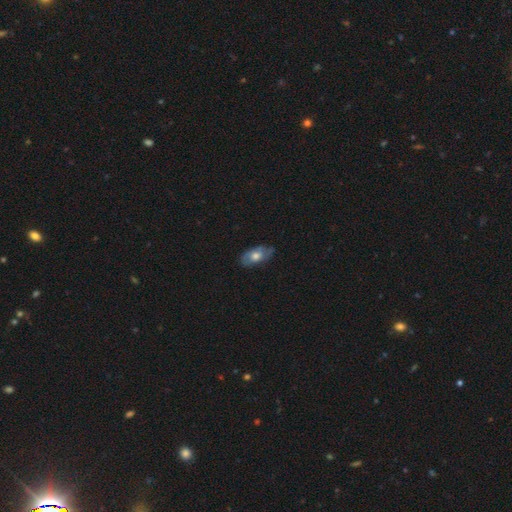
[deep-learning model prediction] Overall: smooth (54%; featured or disk 39%). How rounded: in between (89%). Merging: none (72%).